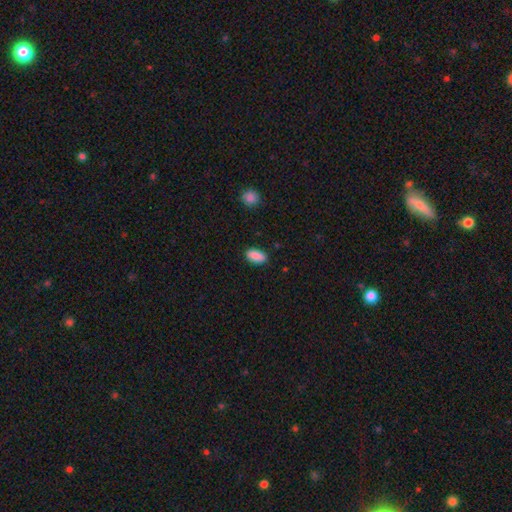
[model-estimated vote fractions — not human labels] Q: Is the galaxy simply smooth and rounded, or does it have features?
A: smooth — 89%.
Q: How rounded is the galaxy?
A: in between — 92%.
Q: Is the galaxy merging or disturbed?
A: none — 86%.